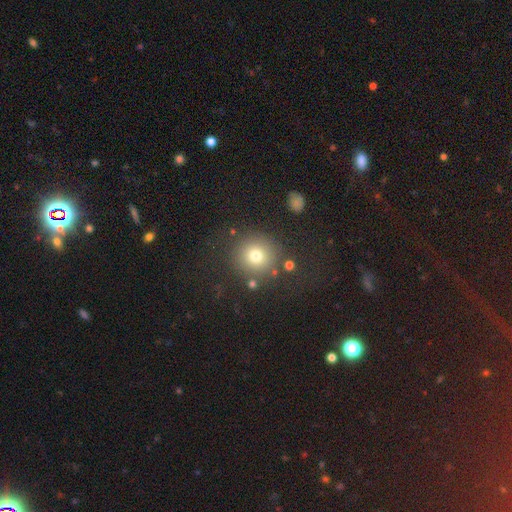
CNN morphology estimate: This appears to be a smooth galaxy with no disk features (75%) that is round (93%). Merging: none (84%).